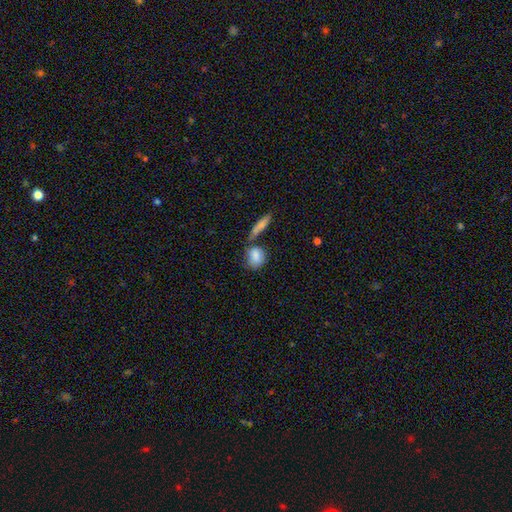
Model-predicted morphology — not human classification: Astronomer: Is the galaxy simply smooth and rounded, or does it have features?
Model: smooth — 83%.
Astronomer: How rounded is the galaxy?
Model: in between — 54% (runner-up: round, 40%).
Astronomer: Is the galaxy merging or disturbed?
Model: none — 55%.